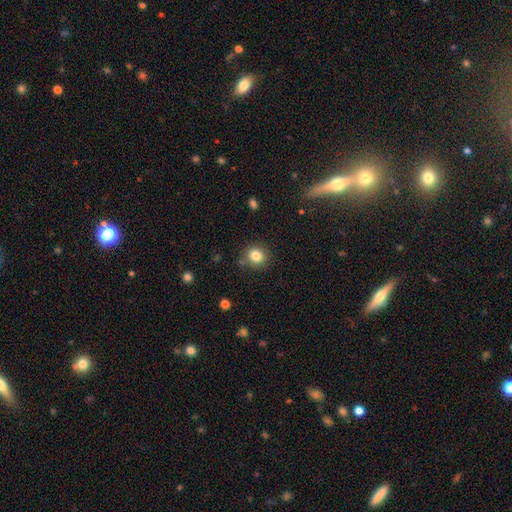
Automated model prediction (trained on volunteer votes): Smooth or featured?
  - smooth: 83% *
  - star or artifact: 11%
  - featured or disk: 6%
How rounded?
  - round: 85% *
  - in between: 14%
  - cigar-shaped: 1%
Merging?
  - none: 82% *
  - minor disturbance: 11%
  - merger: 4%
  - major disturbance: 3%